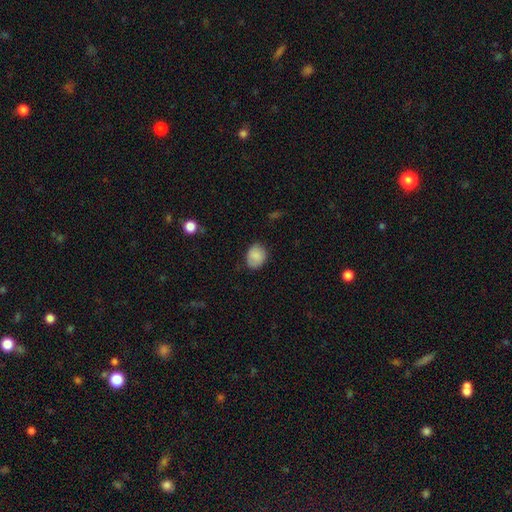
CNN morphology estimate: Q: Smooth or featured?
A: smooth (86%); runner-up: star or artifact (8%)
Q: How rounded?
A: round (51%); runner-up: in between (48%)
Q: Merging?
A: none (76%); runner-up: minor disturbance (19%)